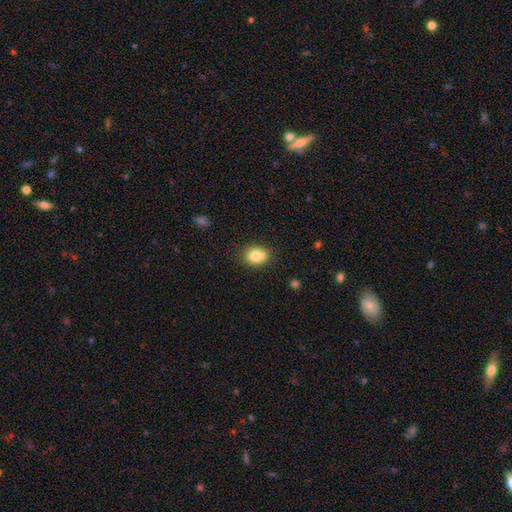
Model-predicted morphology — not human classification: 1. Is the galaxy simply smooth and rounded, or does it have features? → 79% smooth, 11% featured or disk, 10% star or artifact.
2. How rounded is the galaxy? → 56% round, 44% in between, 1% cigar-shaped.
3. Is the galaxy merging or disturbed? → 67% none, 16% minor disturbance, 13% merger, 4% major disturbance.